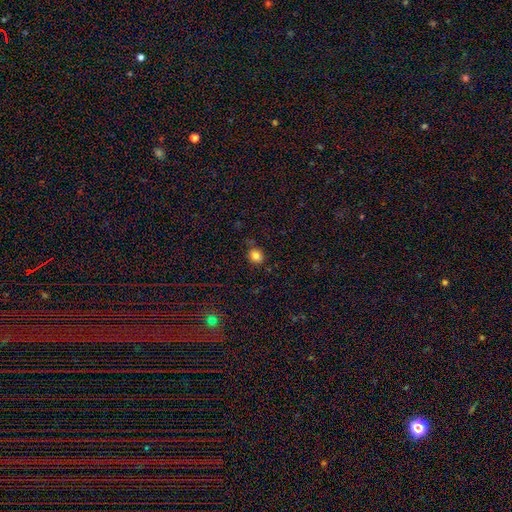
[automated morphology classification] Overall: smooth (81%). How rounded: round (63%; in between 37%). Merging: none (80%).